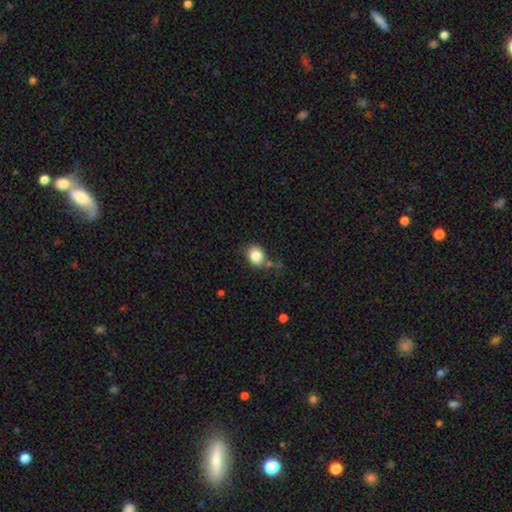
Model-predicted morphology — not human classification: Q: Smooth or featured?
A: smooth (83%); runner-up: star or artifact (9%)
Q: How rounded?
A: round (56%); runner-up: in between (43%)
Q: Merging?
A: none (70%); runner-up: minor disturbance (18%)